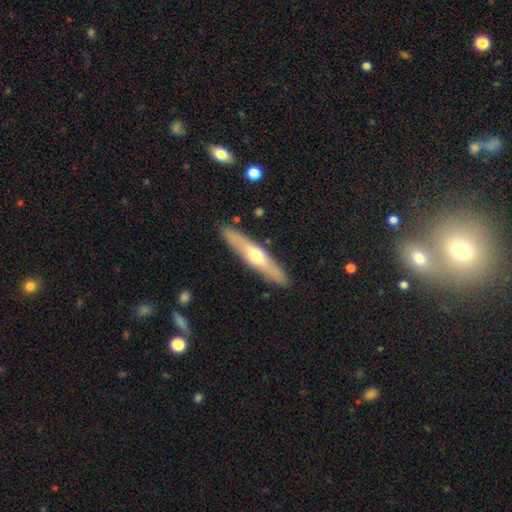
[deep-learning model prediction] smooth-or-featured: featured or disk: 53% | smooth: 42% | star or artifact: 5%
  disk-edge-on: yes: 86% | no: 14%
  merging: none: 89% | minor disturbance: 8% | major disturbance: 2% | merger: 1%